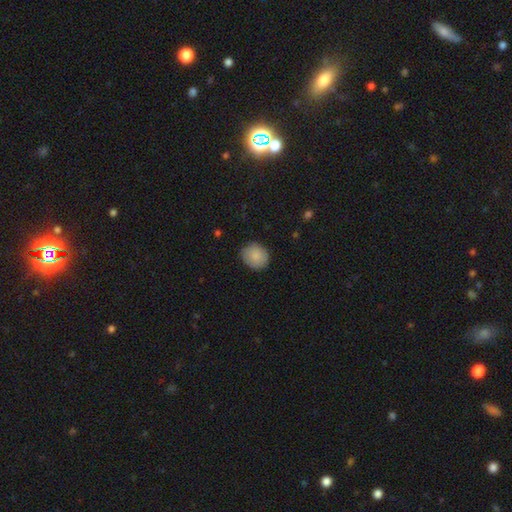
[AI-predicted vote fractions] Smooth or featured?
  - smooth: 87% *
  - star or artifact: 7%
  - featured or disk: 6%
How rounded?
  - round: 72% *
  - in between: 27%
  - cigar-shaped: 1%
Merging?
  - none: 84% *
  - minor disturbance: 12%
  - major disturbance: 2%
  - merger: 1%